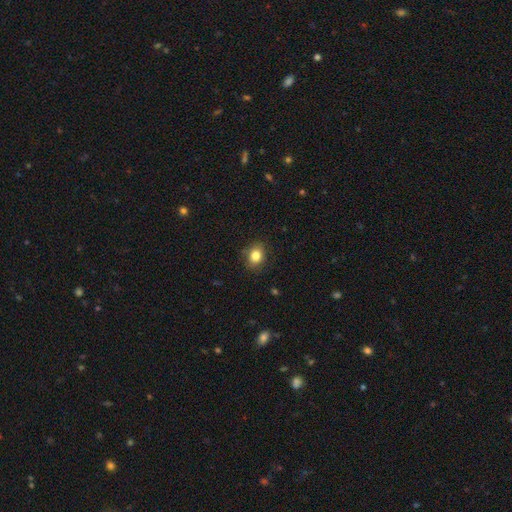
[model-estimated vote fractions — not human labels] Q: Smooth or featured?
A: smooth (83%); runner-up: star or artifact (11%)
Q: How rounded?
A: round (59%); runner-up: in between (40%)
Q: Merging?
A: none (83%); runner-up: minor disturbance (13%)